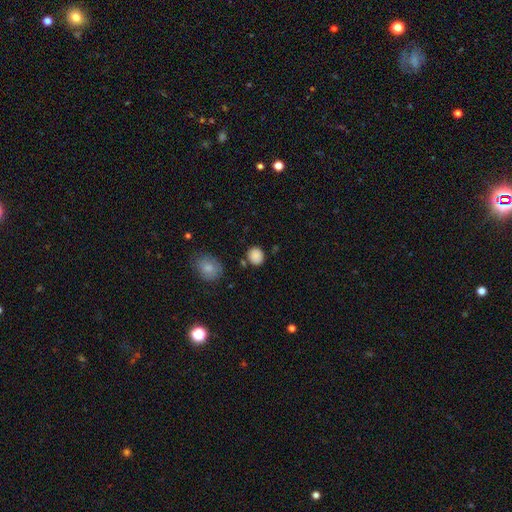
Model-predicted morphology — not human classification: Overall: smooth (86%). How rounded: round (81%). Merging: none (82%).